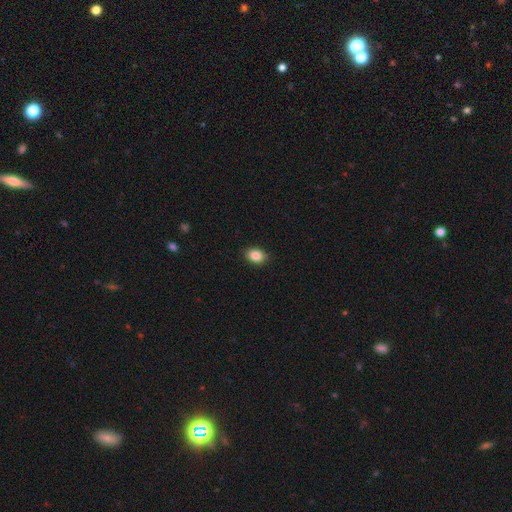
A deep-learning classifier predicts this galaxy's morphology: Q: Smooth or featured?
A: smooth (87%); runner-up: star or artifact (9%)
Q: How rounded?
A: in between (72%); runner-up: round (27%)
Q: Merging?
A: none (90%); runner-up: minor disturbance (8%)